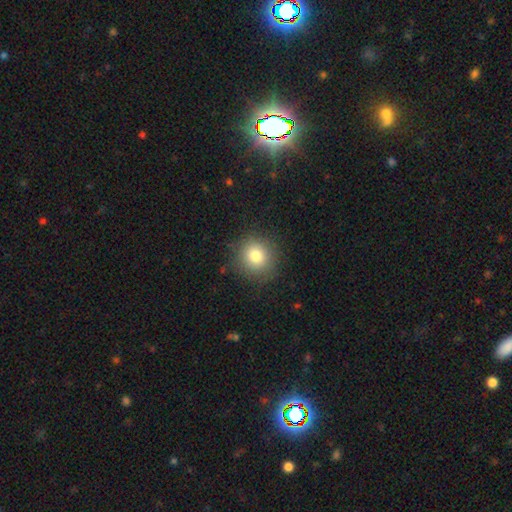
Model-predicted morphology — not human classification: Smooth or featured?
  - smooth: 80% *
  - star or artifact: 11%
  - featured or disk: 8%
How rounded?
  - round: 90% *
  - in between: 9%
  - cigar-shaped: 1%
Merging?
  - none: 86% *
  - minor disturbance: 9%
  - major disturbance: 3%
  - merger: 1%